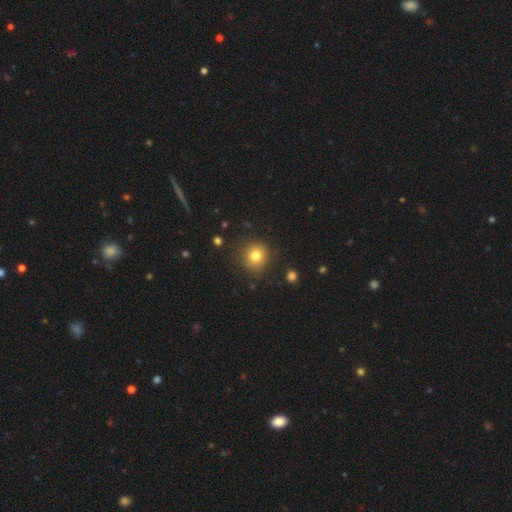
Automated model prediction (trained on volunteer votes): A smooth galaxy with no disk features (80%) that is round (87%).

Vote fractions:
- Smooth or featured? smooth: 80% / star or artifact: 12% / featured or disk: 8%
- How rounded? round: 87% / in between: 12% / cigar-shaped: 1%
- Merging? none: 85% / minor disturbance: 10% / major disturbance: 3% / merger: 2%